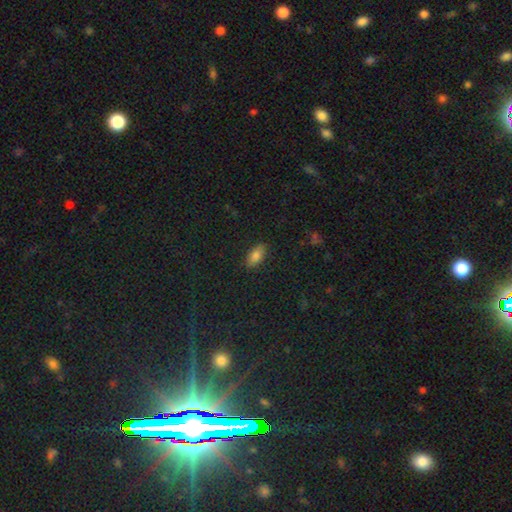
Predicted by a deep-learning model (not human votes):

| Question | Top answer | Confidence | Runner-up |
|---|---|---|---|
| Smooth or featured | smooth | 82% | star or artifact (9%) |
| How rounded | in between | 89% | cigar-shaped (8%) |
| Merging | none | 87% | minor disturbance (10%) |